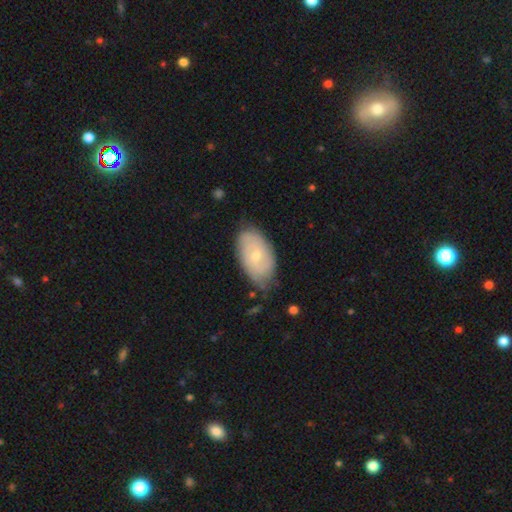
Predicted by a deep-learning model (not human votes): The model was most divided on "smooth or featured": featured or disk: 53%, smooth: 40%, star or artifact: 6%. More confident: edge-on disk — no (94%); spiral arms — yes (77%); merging — none (69%); bar — no (67%); bulge size — small (64%).